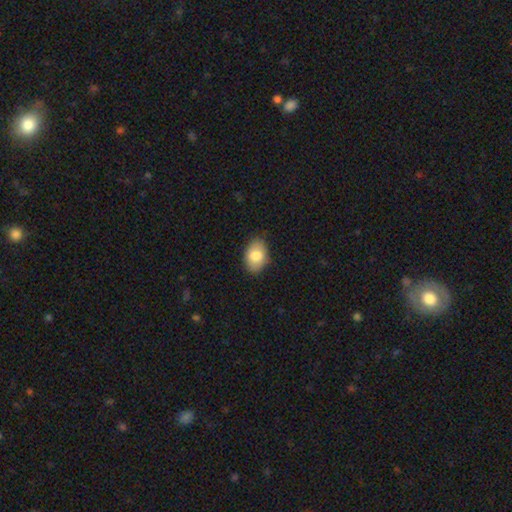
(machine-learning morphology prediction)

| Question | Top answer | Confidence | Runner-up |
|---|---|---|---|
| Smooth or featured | smooth | 80% | featured or disk (13%) |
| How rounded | in between | 84% | round (15%) |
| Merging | none | 81% | minor disturbance (15%) |